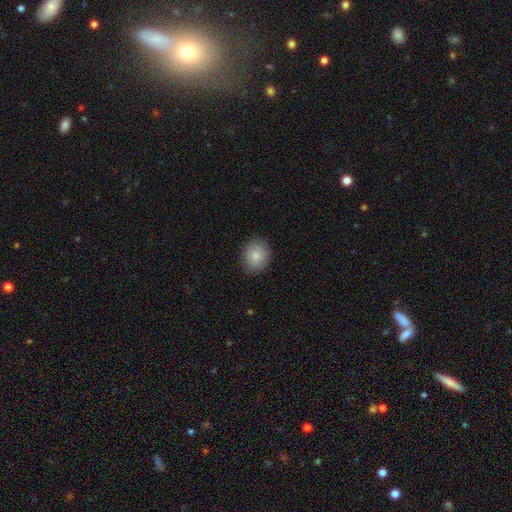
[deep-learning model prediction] smooth-or-featured: smooth: 84% | star or artifact: 9% | featured or disk: 7%
  how-rounded: round: 67% | in between: 32% | cigar-shaped: 1%
  merging: none: 87% | minor disturbance: 10% | major disturbance: 2% | merger: 1%